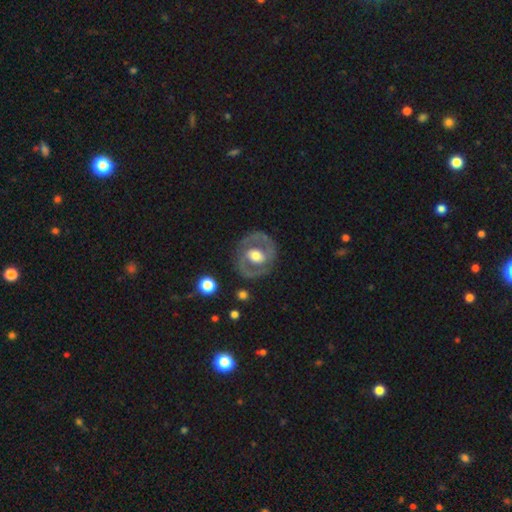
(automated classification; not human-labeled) A featured or disk galaxy (73%) with no bar (43%), spiral arms (65%) and a moderate central bulge (58%). Merging: none (79%).